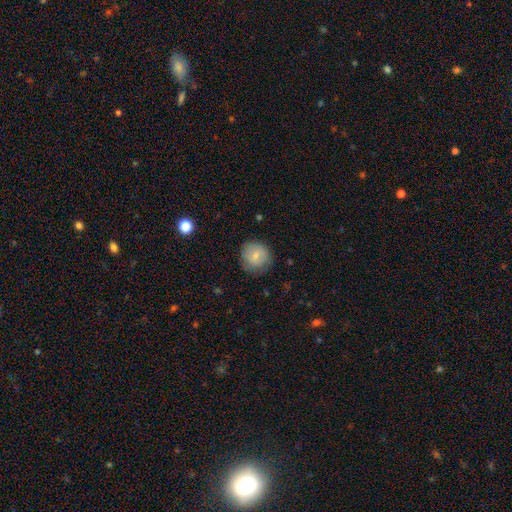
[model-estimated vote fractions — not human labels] The model was most divided on "merging": none: 75%, minor disturbance: 19%, major disturbance: 5%, merger: 1%. More confident: how rounded — round (89%); smooth or featured — smooth (77%).